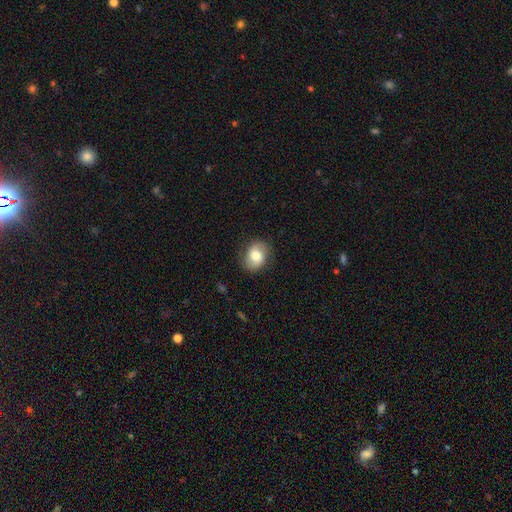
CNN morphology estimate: type=smooth (61%); roundness=in between (56%); merging=none (81%).